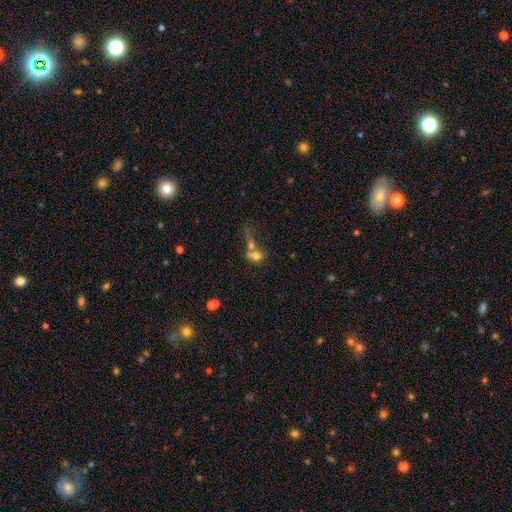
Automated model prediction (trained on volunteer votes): Overall: smooth (65%). How rounded: round (59%; in between 38%). Merging: merger (63%).